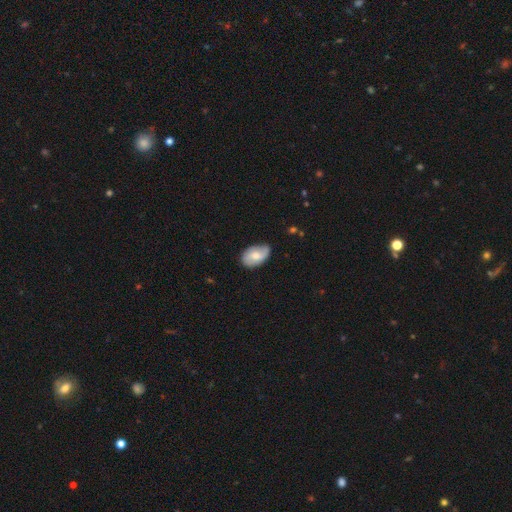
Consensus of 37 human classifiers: Smooth or featured?
  - smooth: 62% *
  - featured or disk: 32%
  - star or artifact: 5%
How rounded?
  - in between: 87% *
  - round: 13%
  - cigar-shaped: 0%
Merging?
  - none: 54% *
  - minor disturbance: 37%
  - major disturbance: 9%
  - merger: 0%